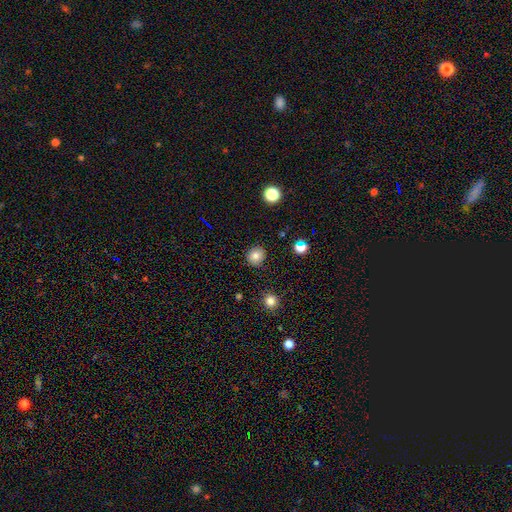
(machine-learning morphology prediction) smooth 81%, star or artifact 12%, featured or disk 7%. Down the decision tree: how rounded — round (89%); merging — none (89%).